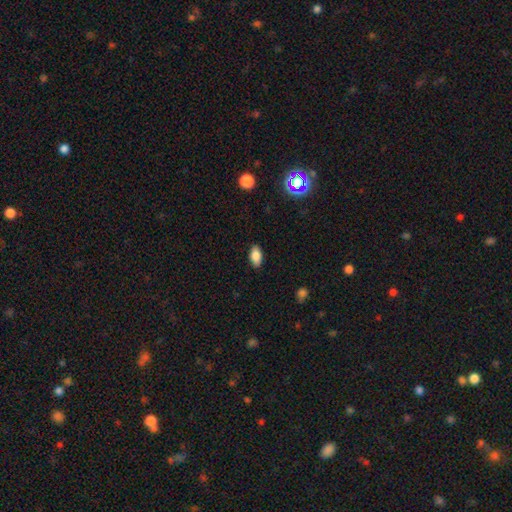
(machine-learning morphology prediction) type=smooth (85%); roundness=in between (91%); merging=none (87%).